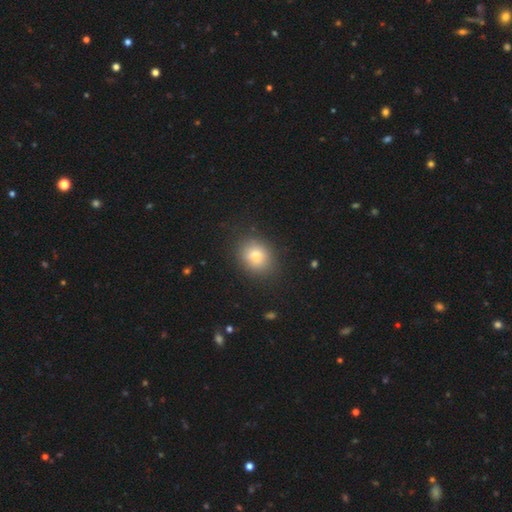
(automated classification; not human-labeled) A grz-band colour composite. It shows a smooth galaxy with no disk features (78%) that is round (61%). Merging: none (85%).